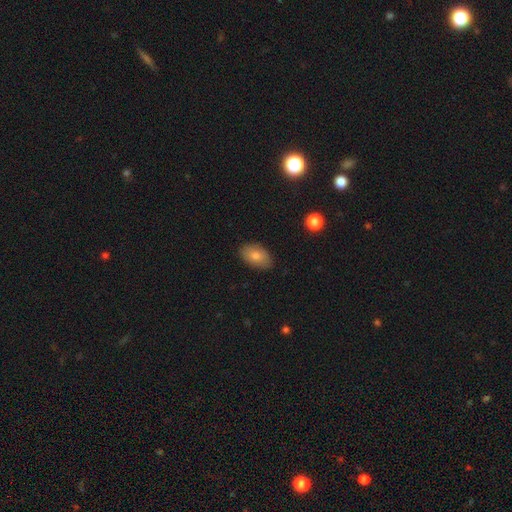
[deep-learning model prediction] A smooth galaxy with no disk features (80%) that is in between round and cigar-shaped (90%). Merging: none (85%).